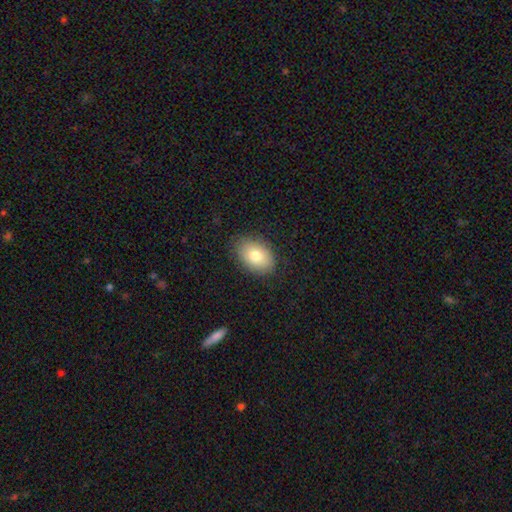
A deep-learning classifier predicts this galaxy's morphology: Smooth or featured? smooth (78%)
How rounded? in between (83%)
Merging? none (85%)